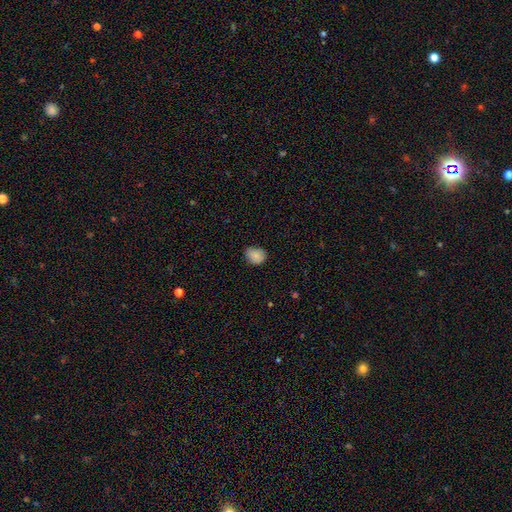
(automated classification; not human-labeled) This is clearly a smooth galaxy (82%). How rounded: possibly round (54%). Merging: likely none (72%).